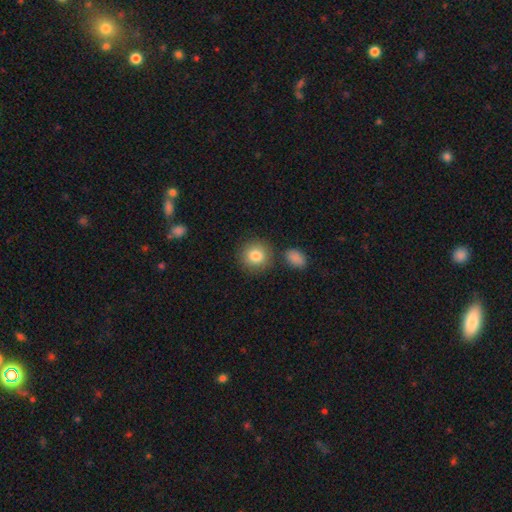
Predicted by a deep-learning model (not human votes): This appears to be a smooth galaxy with no disk features (85%) that is round (89%). Merging: none (78%).